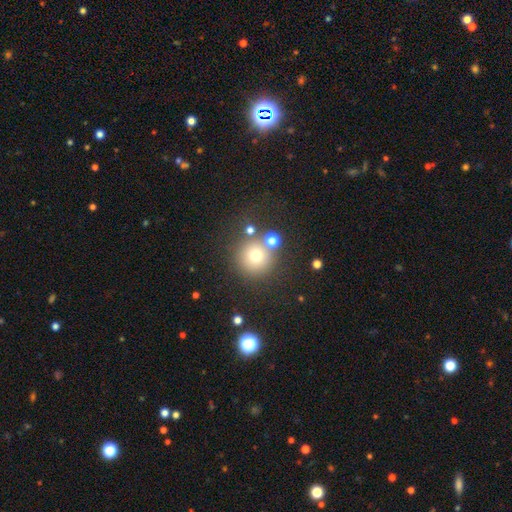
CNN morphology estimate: The model was most divided on "smooth or featured": smooth: 70%, star or artifact: 17%, featured or disk: 13%. More confident: how rounded — round (95%); merging — none (74%).